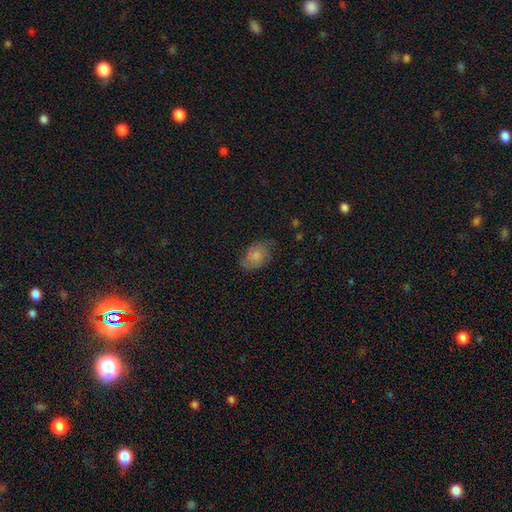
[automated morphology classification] type=smooth (66%); roundness=in between (83%); merging=none (64%).